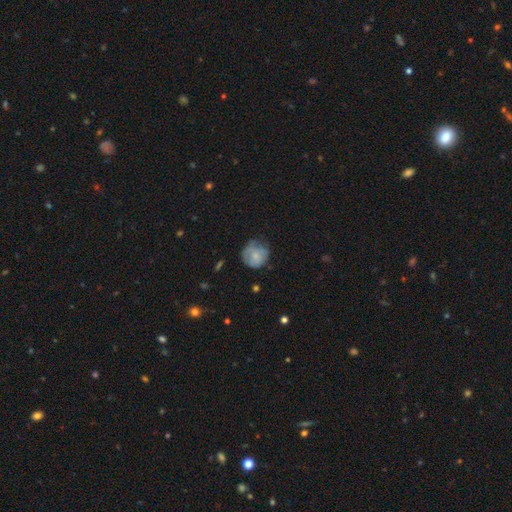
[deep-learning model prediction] smooth 69%, featured or disk 23%, star or artifact 8%. Down the decision tree: how rounded — round (86%); merging — none (52%).